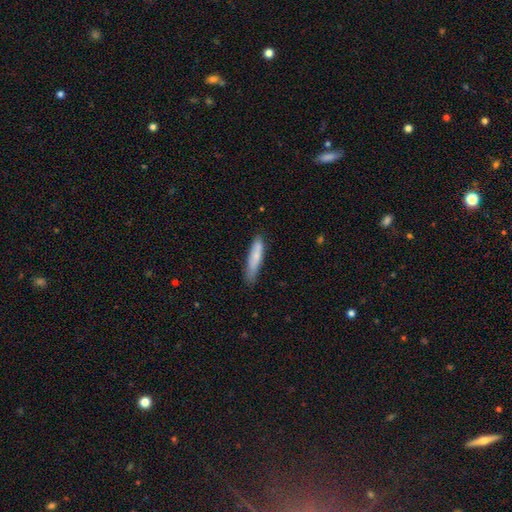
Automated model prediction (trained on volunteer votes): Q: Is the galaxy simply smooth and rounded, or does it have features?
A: smooth — 75%.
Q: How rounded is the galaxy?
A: cigar-shaped — 82%.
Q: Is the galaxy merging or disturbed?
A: none — 76%.